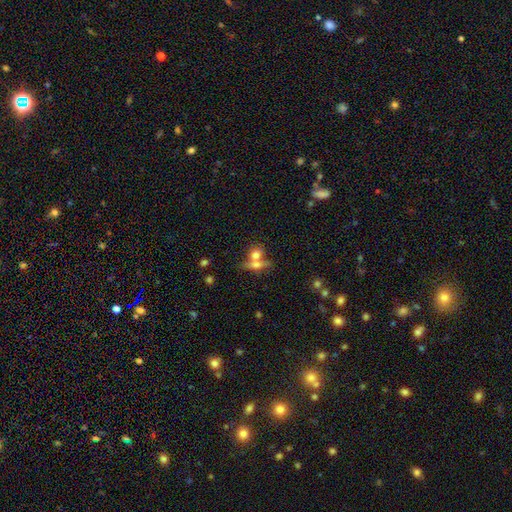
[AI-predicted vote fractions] A smooth galaxy with no disk features (63%) that is round (51%). Merging: merger (48%).